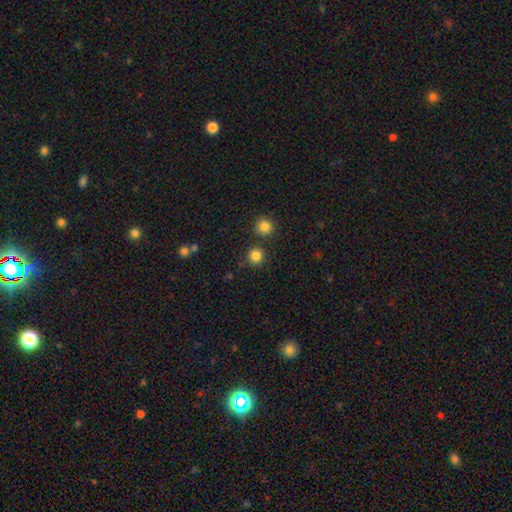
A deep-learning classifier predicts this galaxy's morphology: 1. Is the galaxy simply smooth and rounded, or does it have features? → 83% smooth, 13% star or artifact, 4% featured or disk.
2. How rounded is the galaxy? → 93% round, 6% in between, 1% cigar-shaped.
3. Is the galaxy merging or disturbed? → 85% none, 6% merger, 6% minor disturbance, 2% major disturbance.